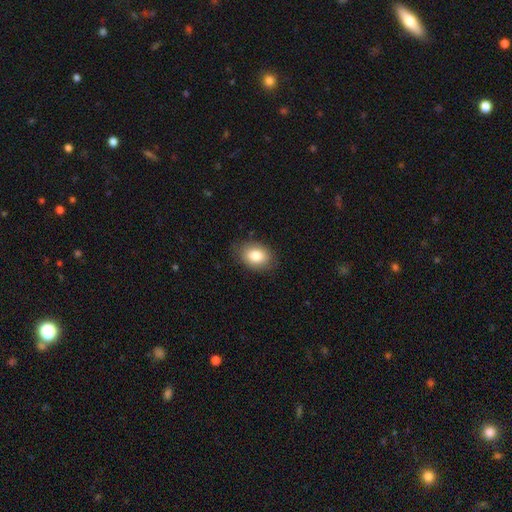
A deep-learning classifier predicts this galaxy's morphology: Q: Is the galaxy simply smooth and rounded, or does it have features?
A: smooth — 83%.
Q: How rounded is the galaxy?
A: in between — 74%.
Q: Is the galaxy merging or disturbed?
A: none — 82%.